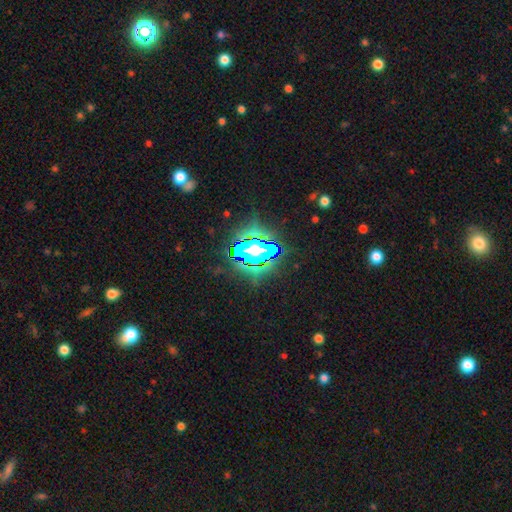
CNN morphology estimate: Overall: star or artifact (77%).